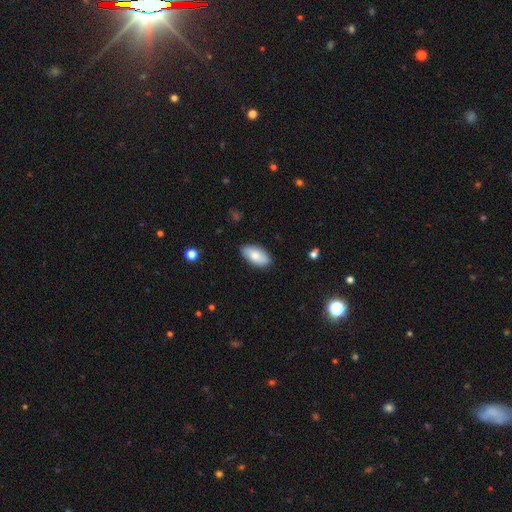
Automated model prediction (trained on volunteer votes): A smooth galaxy with no disk features (81%) that is in between round and cigar-shaped (93%). Merging: none (87%).